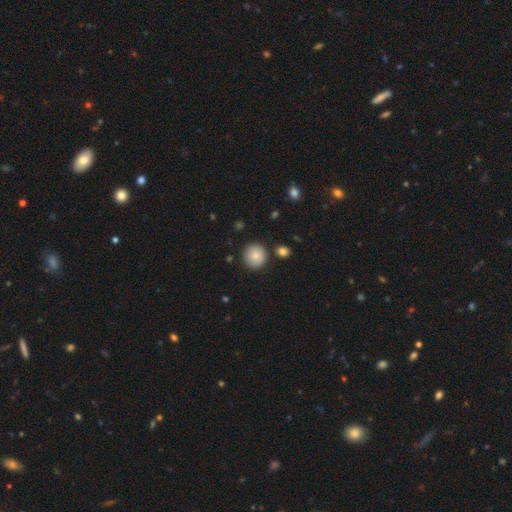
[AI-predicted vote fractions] Smooth or featured?
  - smooth: 82% *
  - star or artifact: 9%
  - featured or disk: 9%
How rounded?
  - round: 93% *
  - in between: 6%
  - cigar-shaped: 1%
Merging?
  - none: 87% *
  - minor disturbance: 8%
  - merger: 3%
  - major disturbance: 2%